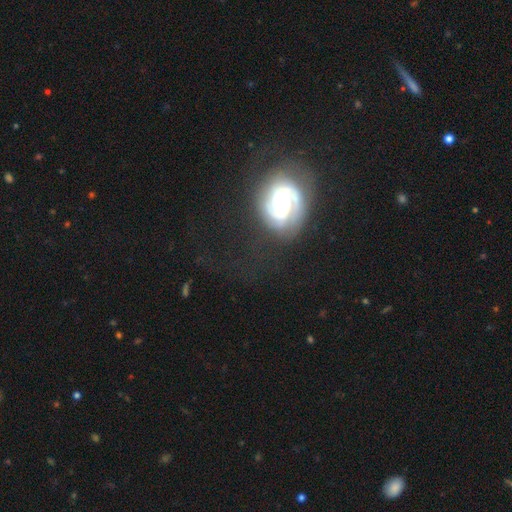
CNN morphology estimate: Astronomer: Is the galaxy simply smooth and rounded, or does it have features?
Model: featured or disk — 63%.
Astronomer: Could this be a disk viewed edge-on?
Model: no — 93%.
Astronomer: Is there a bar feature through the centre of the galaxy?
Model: weak — 36% (runner-up: no, 35%).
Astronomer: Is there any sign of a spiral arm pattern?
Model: yes — 63%.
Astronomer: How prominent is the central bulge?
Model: moderate — 45% (runner-up: large, 34%).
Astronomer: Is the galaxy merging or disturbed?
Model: none — 60%.